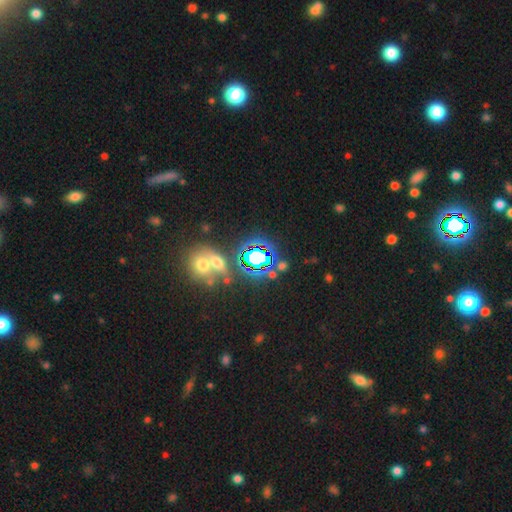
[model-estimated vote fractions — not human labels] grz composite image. It shows a star or artifact, not a galaxy (59%).